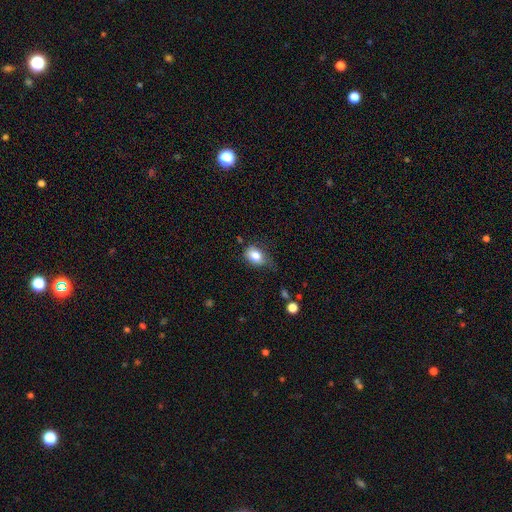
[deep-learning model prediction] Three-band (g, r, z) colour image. It shows a smooth galaxy with no disk features (81%) that is in between round and cigar-shaped (72%). Merging: none (47%).